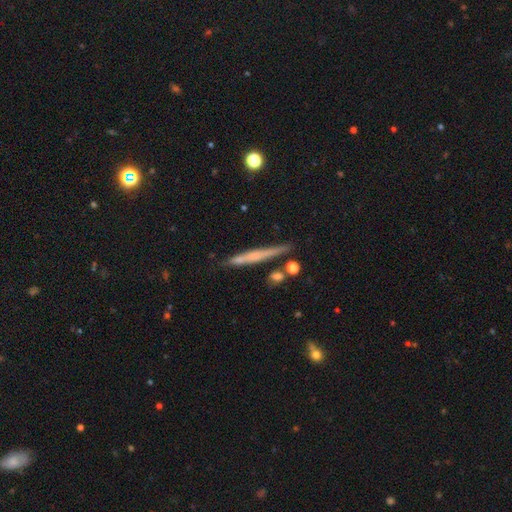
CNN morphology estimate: type=smooth (47%); merging=none (79%).